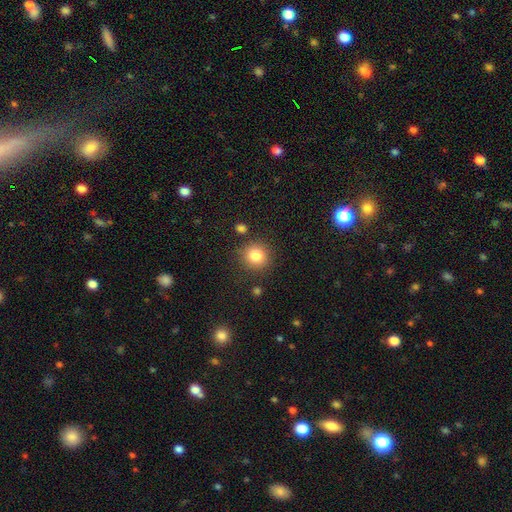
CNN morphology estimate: smooth-or-featured: smooth: 83% | star or artifact: 11% | featured or disk: 7%
  how-rounded: round: 91% | in between: 8% | cigar-shaped: 1%
  merging: none: 84% | minor disturbance: 9% | merger: 4% | major disturbance: 3%